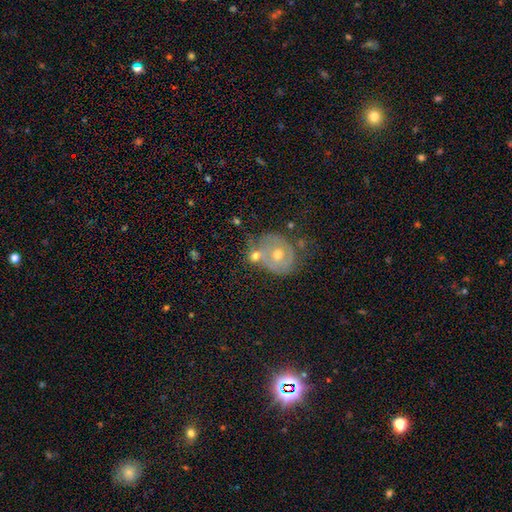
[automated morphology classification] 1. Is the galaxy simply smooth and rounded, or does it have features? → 47% featured or disk, 43% smooth, 10% star or artifact.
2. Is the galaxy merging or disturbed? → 40% merger, 37% none, 14% minor disturbance, 8% major disturbance.